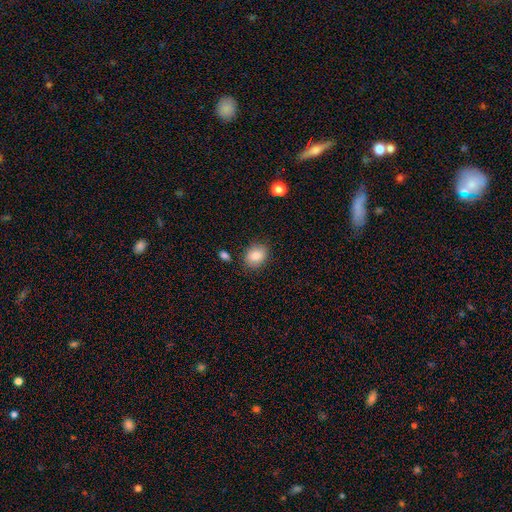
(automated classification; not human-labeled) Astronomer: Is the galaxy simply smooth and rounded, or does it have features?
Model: smooth — 85%.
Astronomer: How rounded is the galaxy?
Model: in between — 52% (runner-up: round, 47%).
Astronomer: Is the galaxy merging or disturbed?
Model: none — 82%.